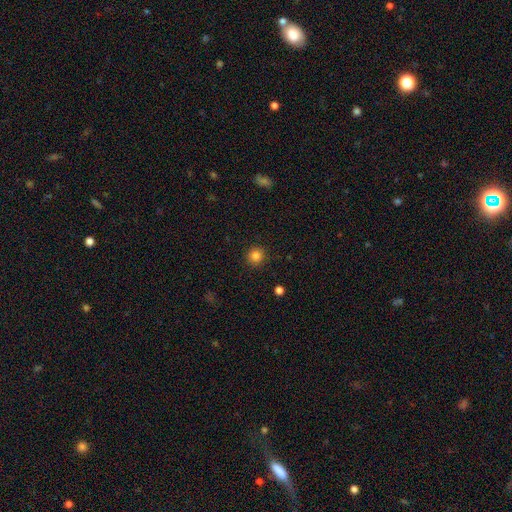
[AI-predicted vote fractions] smooth_or_featured: smooth (p=0.83) [alt: star or artifact p=0.12]
how_rounded: round (p=0.94) [alt: in between p=0.05]
merging: none (p=0.91) [alt: minor disturbance p=0.06]